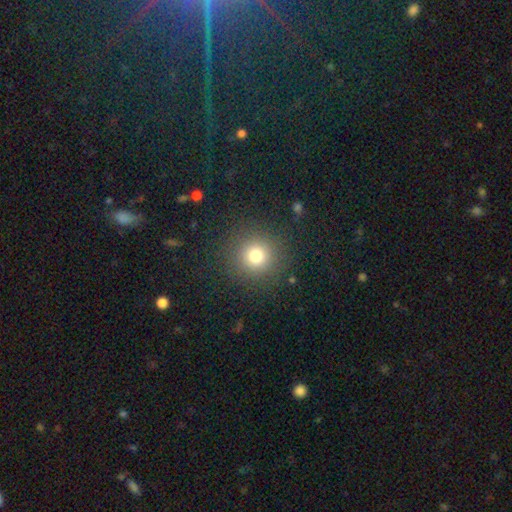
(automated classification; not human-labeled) A smooth galaxy with no disk features (77%) that is round (94%).

Vote fractions:
- Smooth or featured? smooth: 77% / star or artifact: 16% / featured or disk: 8%
- How rounded? round: 94% / in between: 5% / cigar-shaped: 1%
- Merging? none: 89% / minor disturbance: 6% / major disturbance: 3% / merger: 1%